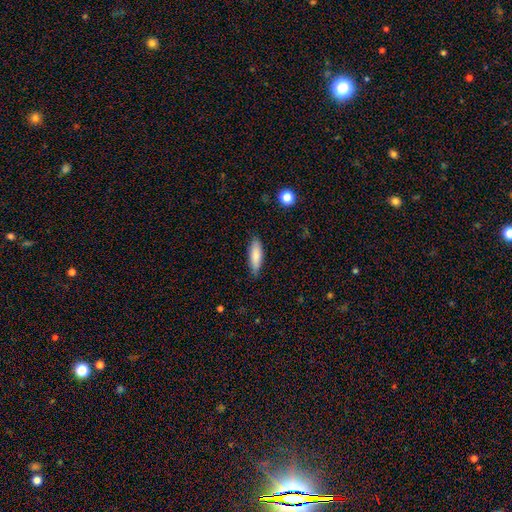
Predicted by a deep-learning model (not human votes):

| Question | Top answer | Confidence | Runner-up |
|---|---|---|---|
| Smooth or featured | smooth | 81% | featured or disk (13%) |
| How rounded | in between | 50% | cigar-shaped (48%) |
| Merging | none | 82% | minor disturbance (15%) |